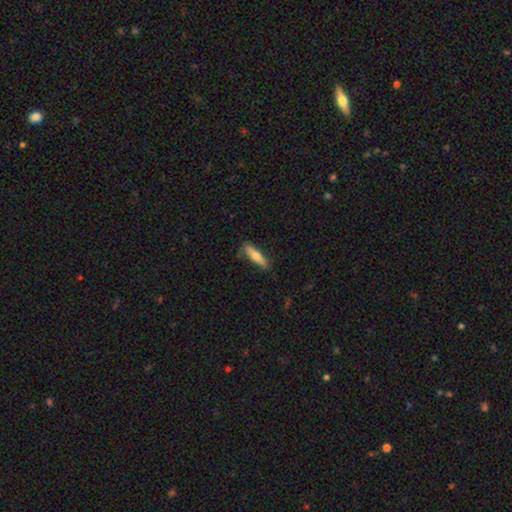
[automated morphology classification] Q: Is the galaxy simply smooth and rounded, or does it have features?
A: smooth — 62%.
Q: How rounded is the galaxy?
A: cigar-shaped — 78%.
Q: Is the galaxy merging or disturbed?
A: none — 80%.